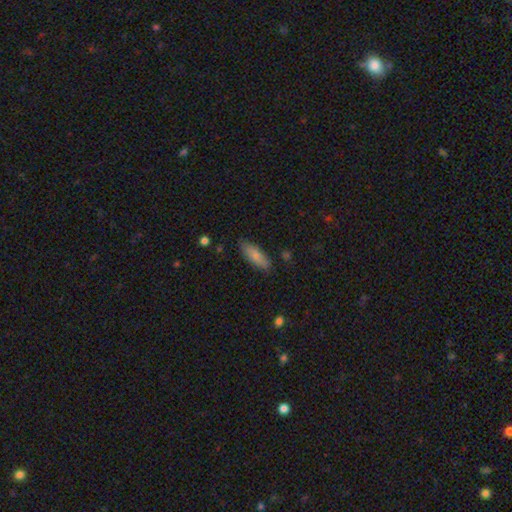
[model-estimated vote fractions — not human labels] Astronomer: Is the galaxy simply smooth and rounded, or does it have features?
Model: smooth — 81%.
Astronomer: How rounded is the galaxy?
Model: in between — 62%.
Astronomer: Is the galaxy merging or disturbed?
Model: none — 83%.